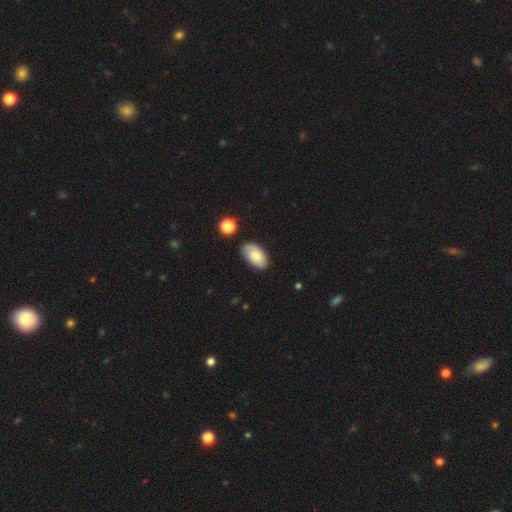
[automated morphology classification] smooth_or_featured: smooth (p=0.68) [alt: featured or disk p=0.24]
how_rounded: in between (p=0.94) [alt: round p=0.04]
merging: none (p=0.70) [alt: minor disturbance p=0.21]